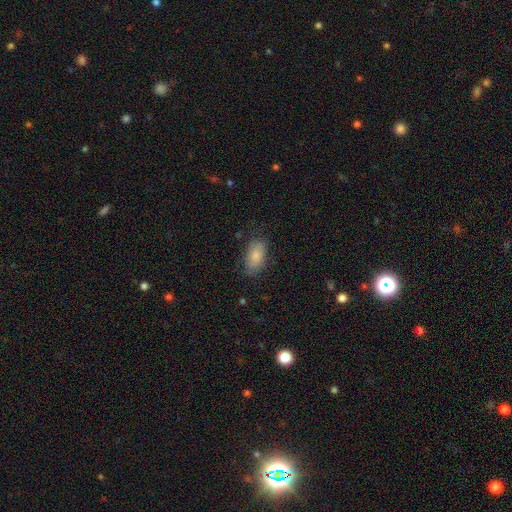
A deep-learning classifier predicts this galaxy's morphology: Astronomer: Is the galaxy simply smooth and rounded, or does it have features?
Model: smooth — 80%.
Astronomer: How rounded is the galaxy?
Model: in between — 92%.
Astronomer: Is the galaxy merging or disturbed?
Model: none — 73%.